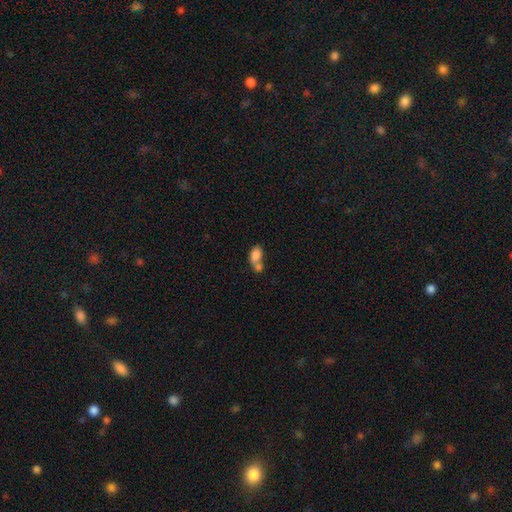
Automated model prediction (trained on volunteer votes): Q: Smooth or featured?
A: smooth (80%); runner-up: featured or disk (11%)
Q: How rounded?
A: in between (85%); runner-up: round (12%)
Q: Merging?
A: merger (60%); runner-up: none (24%)